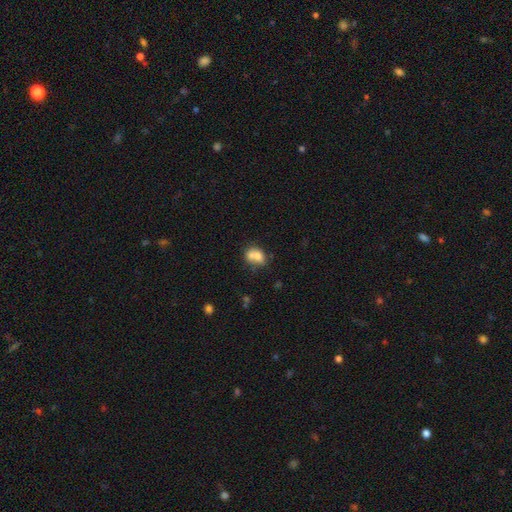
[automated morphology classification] This appears to be a smooth galaxy with no disk features (71%) that is in between round and cigar-shaped (53%). Merging: merger (56%).